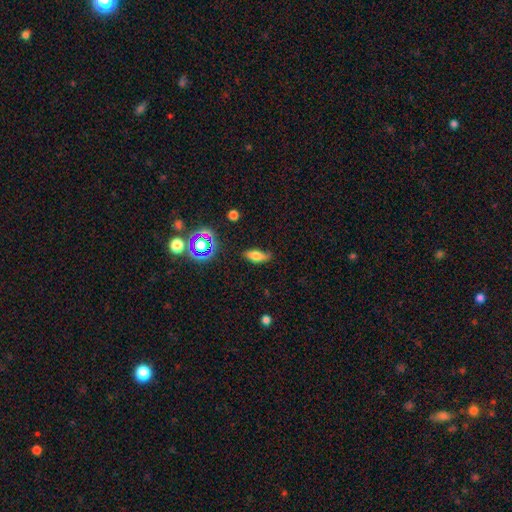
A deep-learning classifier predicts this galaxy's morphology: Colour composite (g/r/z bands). It shows a smooth galaxy with no disk features (68%) that is in between round and cigar-shaped (74%). Merging: none (63%).